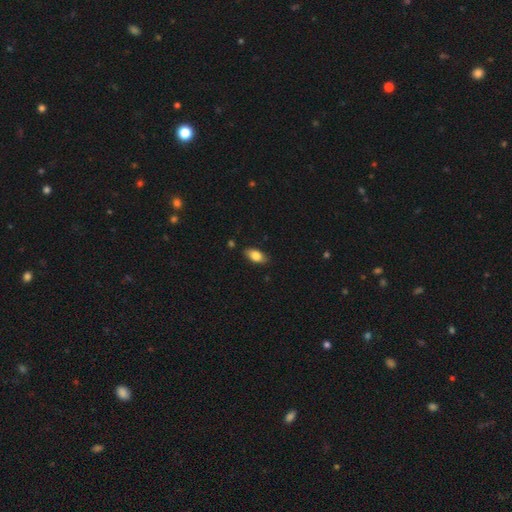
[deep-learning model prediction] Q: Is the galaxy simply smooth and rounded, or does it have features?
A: smooth — 82%.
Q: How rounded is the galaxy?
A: in between — 90%.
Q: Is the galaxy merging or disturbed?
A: none — 82%.